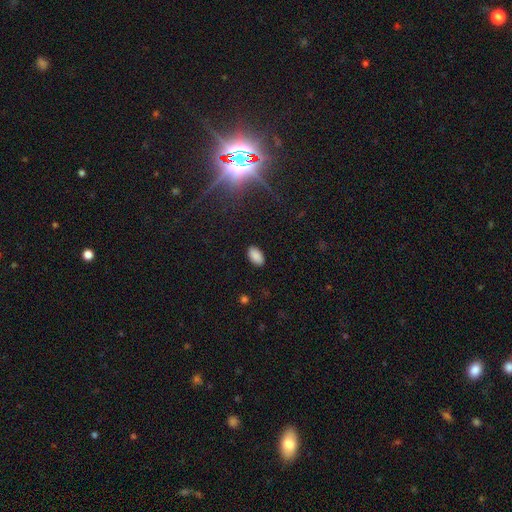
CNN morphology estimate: smooth_or_featured: smooth (p=0.87) [alt: star or artifact p=0.09]
how_rounded: in between (p=0.95) [alt: round p=0.04]
merging: none (p=0.87) [alt: minor disturbance p=0.09]